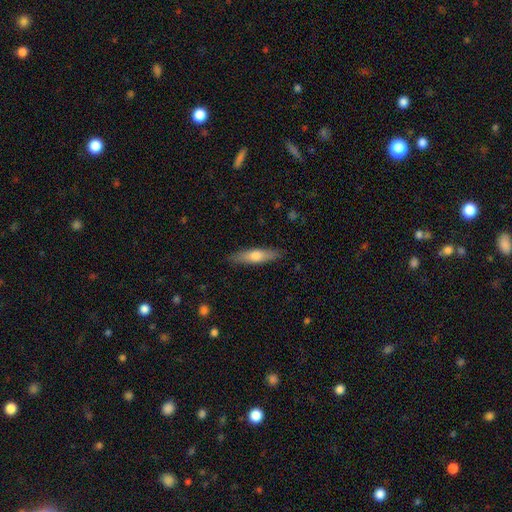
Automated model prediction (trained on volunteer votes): smooth-or-featured: smooth: 61% | featured or disk: 33% | star or artifact: 6%
  how-rounded: cigar-shaped: 74% | in between: 24% | round: 2%
  merging: none: 87% | minor disturbance: 9% | major disturbance: 2% | merger: 1%